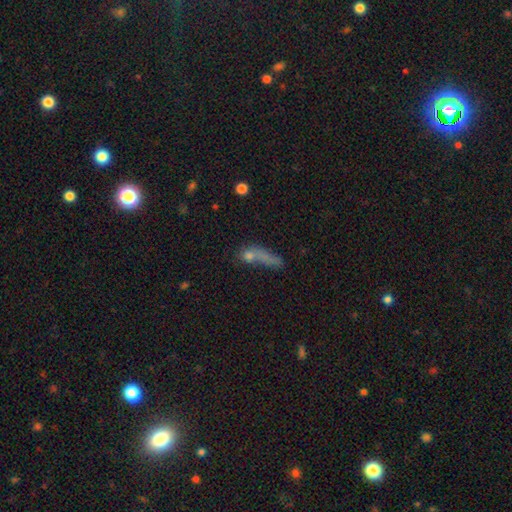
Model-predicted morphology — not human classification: Q: Smooth or featured?
A: smooth (61%); runner-up: featured or disk (21%)
Q: How rounded?
A: cigar-shaped (55%); runner-up: in between (29%)
Q: Merging?
A: none (37%); runner-up: merger (25%)